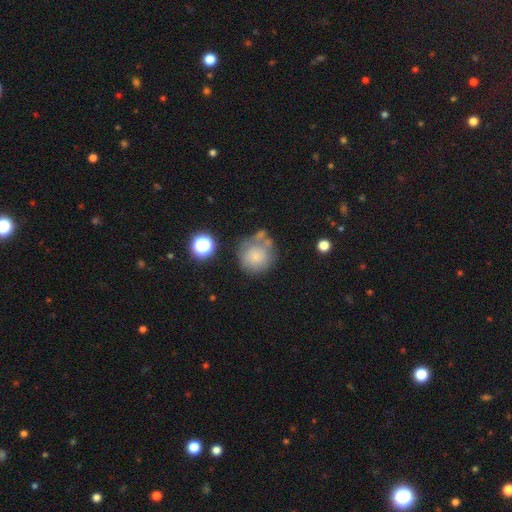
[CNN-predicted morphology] Smooth or featured: smooth — 70% (featured or disk — 19%)
How rounded: round — 89% (in between — 10%)
Merging: none — 49% (minor disturbance — 23%)